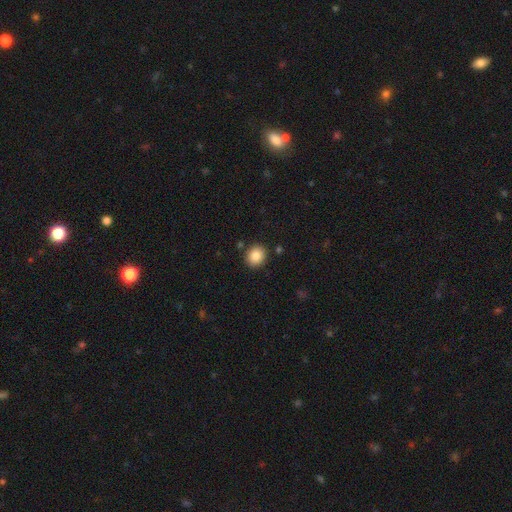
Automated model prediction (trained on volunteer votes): smooth-or-featured: smooth: 86% | star or artifact: 9% | featured or disk: 5%
  how-rounded: round: 76% | in between: 23% | cigar-shaped: 1%
  merging: none: 87% | minor disturbance: 7% | merger: 3% | major disturbance: 2%